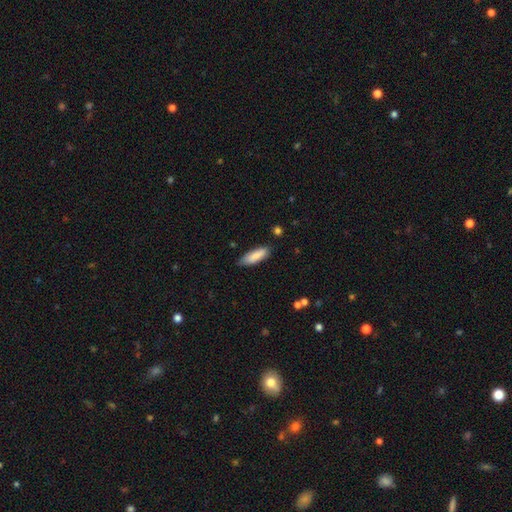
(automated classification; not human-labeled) A smooth galaxy with no disk features (86%) that is cigar-shaped (51%).

Vote fractions:
- Smooth or featured? smooth: 86% / featured or disk: 9% / star or artifact: 6%
- How rounded? cigar-shaped: 51% / in between: 48% / round: 1%
- Merging? none: 80% / minor disturbance: 16% / major disturbance: 2% / merger: 2%